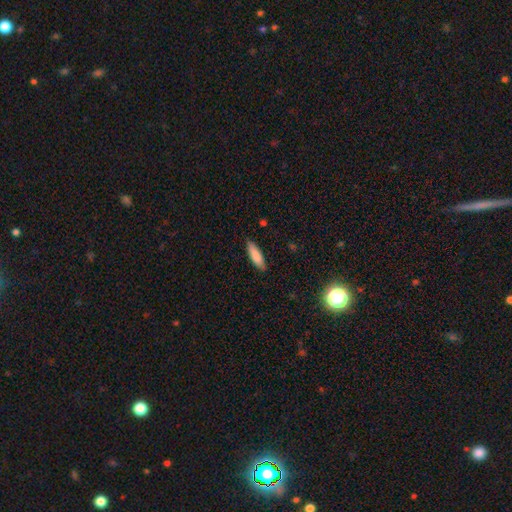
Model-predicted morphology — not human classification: smooth-or-featured: smooth: 86% | featured or disk: 8% | star or artifact: 6%
  how-rounded: cigar-shaped: 56% | in between: 42% | round: 1%
  merging: none: 86% | minor disturbance: 11% | major disturbance: 2% | merger: 1%